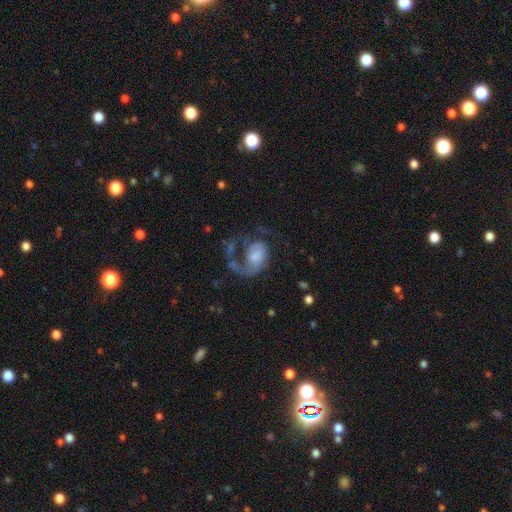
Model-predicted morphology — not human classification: Smooth or featured? Predicted: featured or disk (p=0.66). Edge-on disk? Predicted: no (p=0.98). Bar? Predicted: no (p=0.67). Spiral arms? Predicted: yes (p=0.81). Spiral winding? Predicted: loose (p=0.47). Spiral arm count? Predicted: 1 (p=0.77). Bulge size? Predicted: moderate (p=0.33). Merging? Predicted: major disturbance (p=0.53).